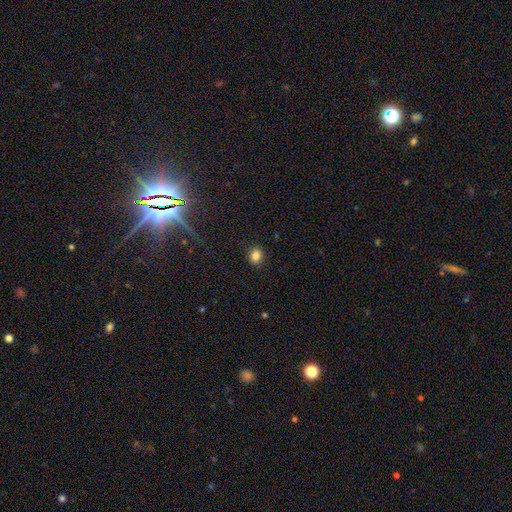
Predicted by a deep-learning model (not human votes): Morphology: type=smooth (83%); roundness=round (63%); merging=none (88%).